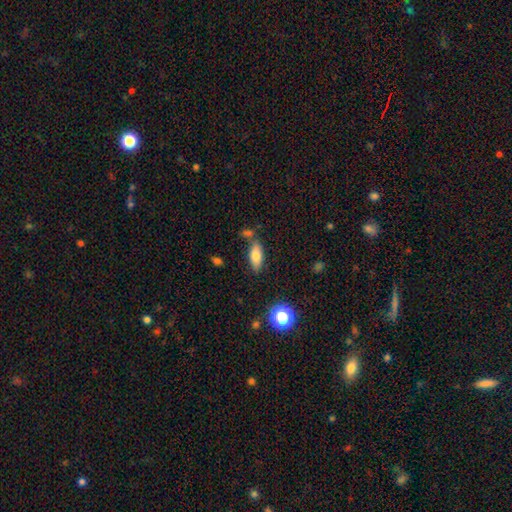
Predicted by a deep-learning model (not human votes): A smooth galaxy with no disk features (75%) that is in between round and cigar-shaped (79%).

Vote fractions:
- Smooth or featured? smooth: 75% / featured or disk: 15% / star or artifact: 9%
- How rounded? in between: 79% / cigar-shaped: 18% / round: 4%
- Merging? none: 71% / minor disturbance: 15% / merger: 10% / major disturbance: 4%